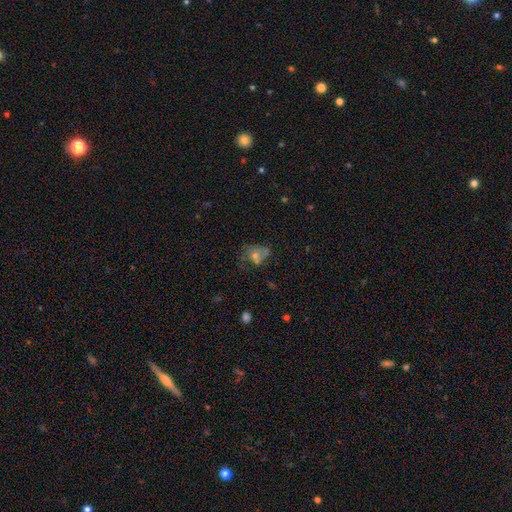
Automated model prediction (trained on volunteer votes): A featured or disk galaxy (41%). Merging: none (44%).